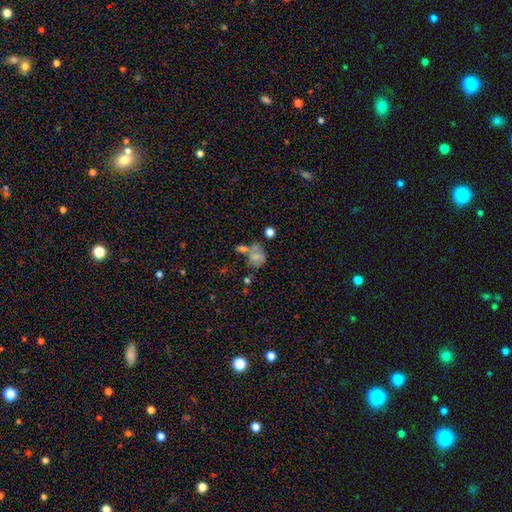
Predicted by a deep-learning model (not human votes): Morphology: type=smooth (66%); roundness=round (50%); merging=merger (39%).